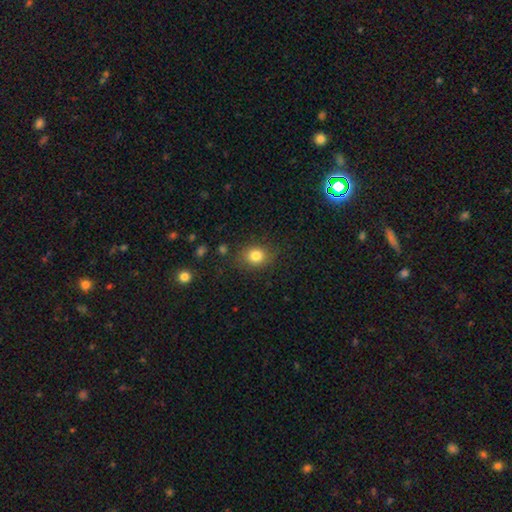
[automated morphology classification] A smooth galaxy with no disk features (82%) that is round (58%). Merging: none (82%).